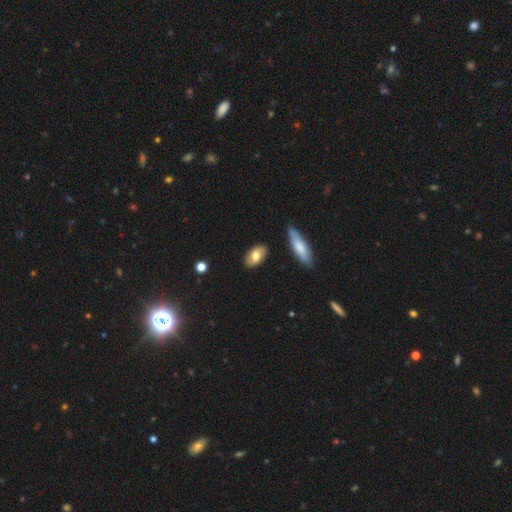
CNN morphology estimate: This appears to be a smooth galaxy with no disk features (72%) that is in between round and cigar-shaped (91%). Merging: none (84%).